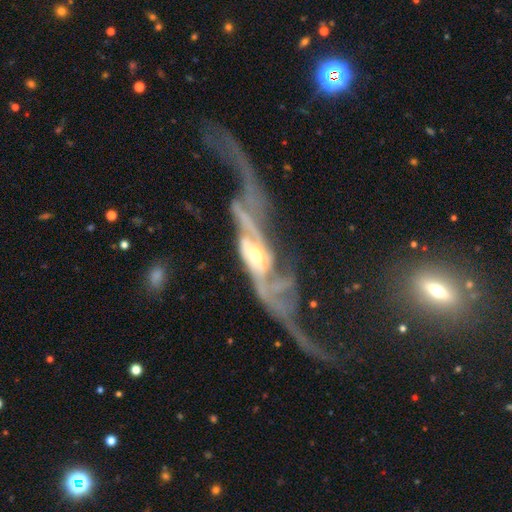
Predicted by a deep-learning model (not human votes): The model was most divided on "bulge size": moderate: 54%, small: 36%, large: 6%, none: 2%, dominant: 2%. More confident: edge-on disk — no (85%); smooth or featured — featured or disk (83%); spiral arms — yes (81%); spiral winding — loose (67%); spiral arm count — 2 (62%); bar — no (55%); merging — major disturbance (51%).